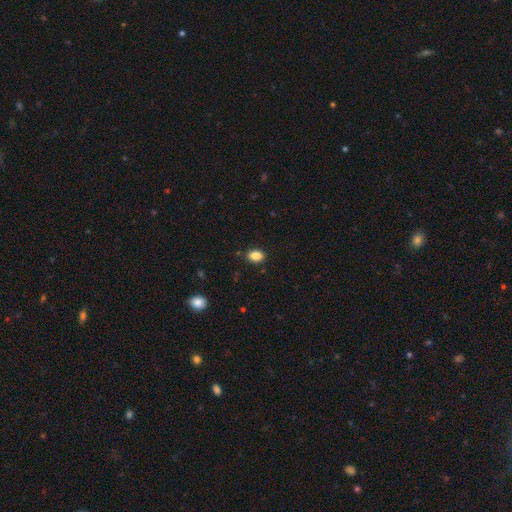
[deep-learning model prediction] A smooth galaxy with no disk features (86%) that is in between round and cigar-shaped (74%). Merging: none (87%).